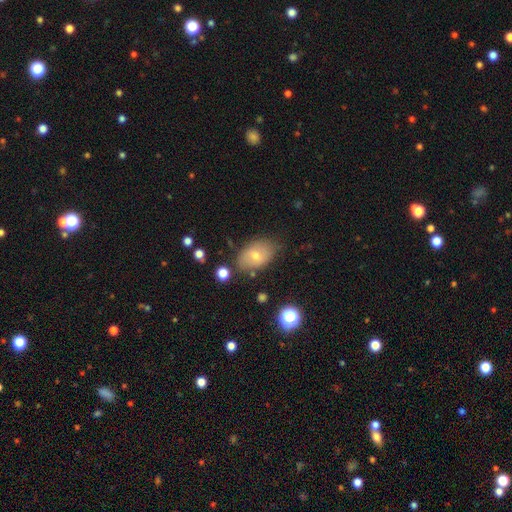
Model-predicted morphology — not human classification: This is possibly a smooth galaxy (58%). How rounded: clearly in between (84%). Merging: likely none (71%).